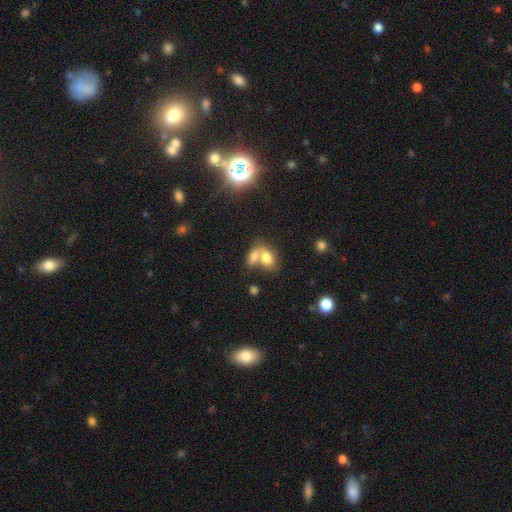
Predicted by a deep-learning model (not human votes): Smooth or featured: smooth — 67% (featured or disk — 17%)
How rounded: in between — 72% (round — 26%)
Merging: merger — 61% (none — 28%)